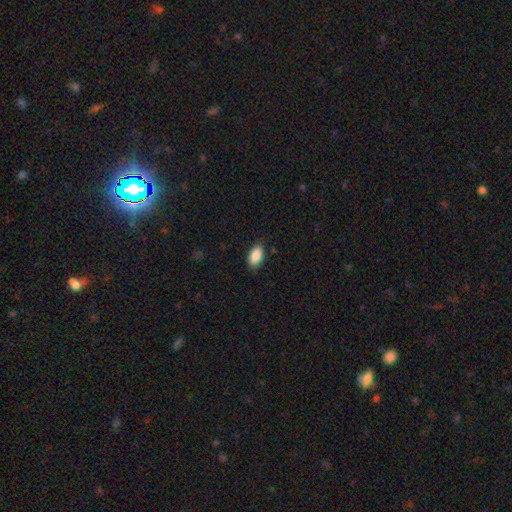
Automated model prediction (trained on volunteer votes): smooth-or-featured: smooth: 89% | star or artifact: 7% | featured or disk: 4%
  how-rounded: in between: 93% | round: 4% | cigar-shaped: 3%
  merging: none: 84% | minor disturbance: 13% | major disturbance: 2% | merger: 1%